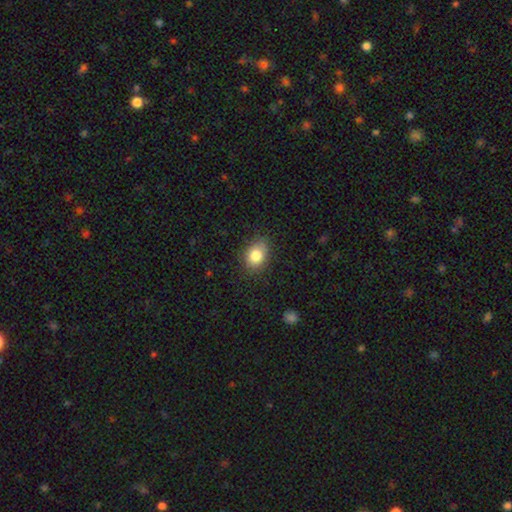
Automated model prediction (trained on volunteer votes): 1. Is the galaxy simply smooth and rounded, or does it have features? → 82% smooth, 9% star or artifact, 9% featured or disk.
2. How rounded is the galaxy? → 66% in between, 33% round, 1% cigar-shaped.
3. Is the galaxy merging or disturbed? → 79% none, 16% minor disturbance, 4% major disturbance, 1% merger.